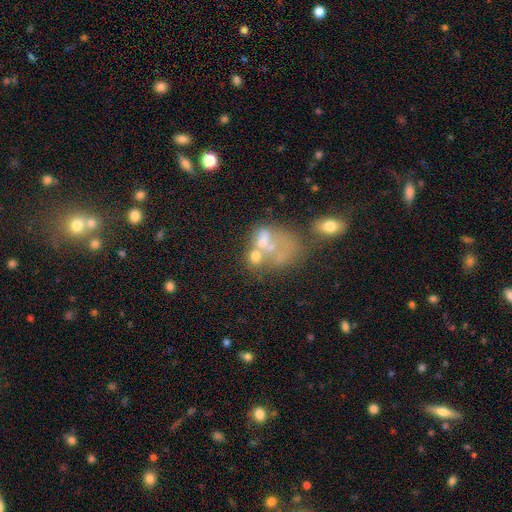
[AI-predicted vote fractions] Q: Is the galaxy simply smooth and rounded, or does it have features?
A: smooth — 44%.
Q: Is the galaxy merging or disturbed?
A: merger — 48%.